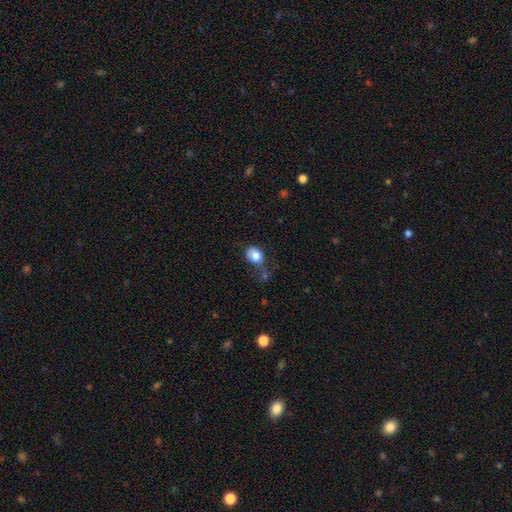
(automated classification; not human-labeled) smooth 80%, featured or disk 10%, star or artifact 9%. Down the decision tree: how rounded — in between (50%); merging — none (39%).